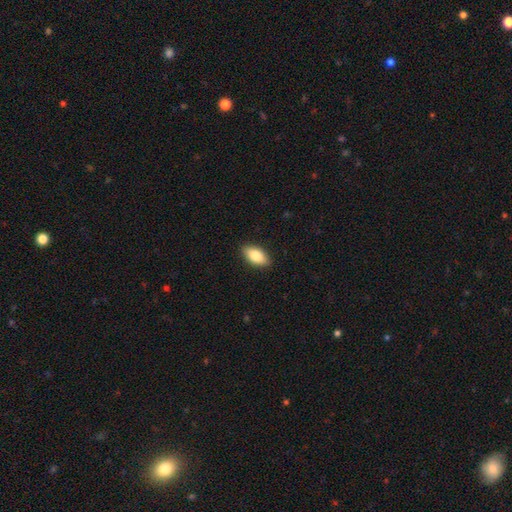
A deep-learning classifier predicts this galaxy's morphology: A smooth galaxy with no disk features (83%) that is in between round and cigar-shaped (91%). Merging: none (89%).